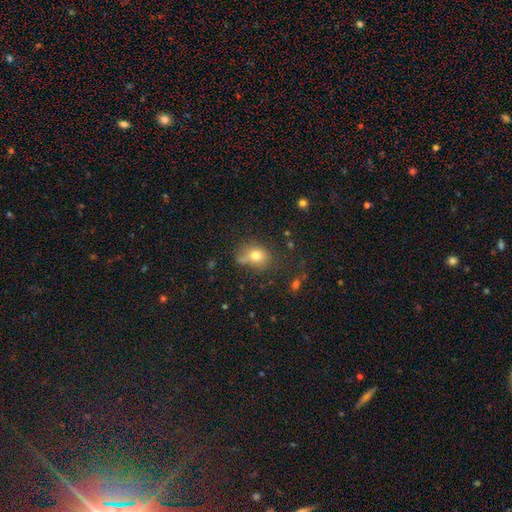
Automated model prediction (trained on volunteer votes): Q: Smooth or featured?
A: smooth (73%); runner-up: featured or disk (14%)
Q: How rounded?
A: in between (53%); runner-up: round (45%)
Q: Merging?
A: none (51%); runner-up: minor disturbance (28%)